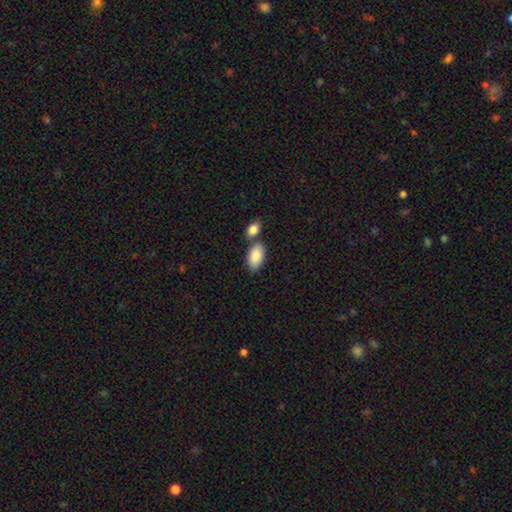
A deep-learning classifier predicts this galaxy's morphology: type=smooth (88%); roundness=in between (95%); merging=none (56%).